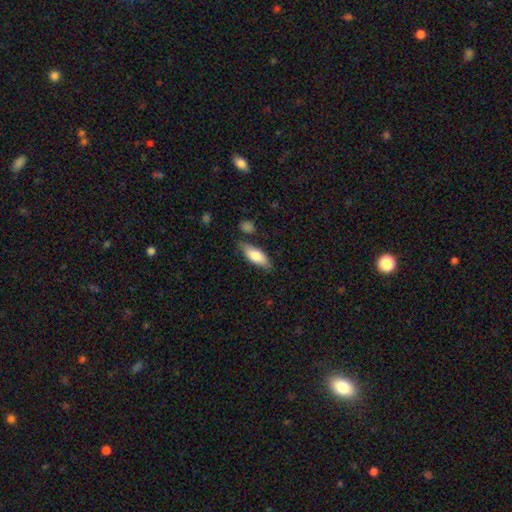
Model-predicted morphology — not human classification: This is likely a smooth galaxy (73%). How rounded: likely in between (70%). Merging: likely none (75%).